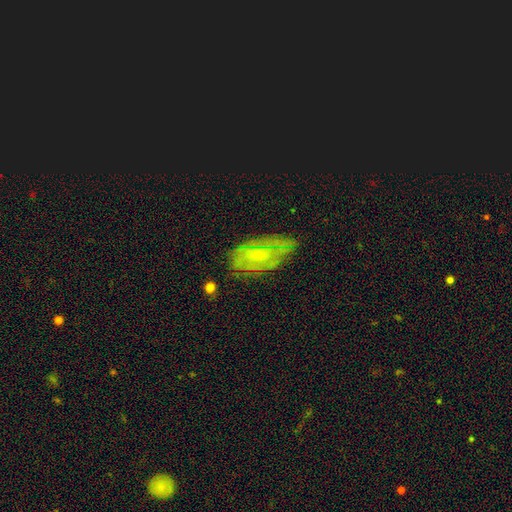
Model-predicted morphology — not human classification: A featured or disk galaxy (46%).

Vote fractions:
- Smooth or featured? featured or disk: 46% / star or artifact: 33% / smooth: 21%
- Merging? none: 75% / minor disturbance: 17% / major disturbance: 6% / merger: 2%